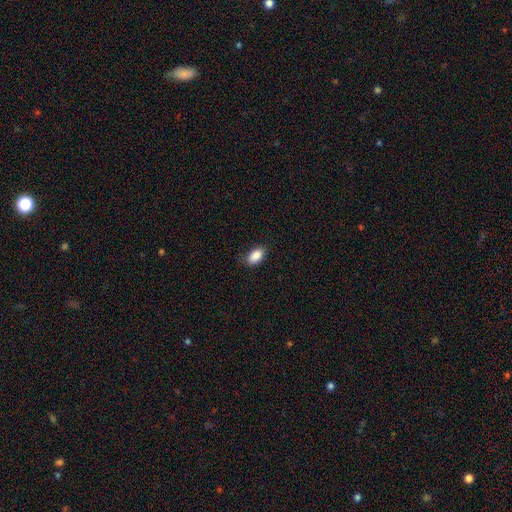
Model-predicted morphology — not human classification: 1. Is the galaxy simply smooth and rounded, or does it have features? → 89% smooth, 7% star or artifact, 4% featured or disk.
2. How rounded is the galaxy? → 92% in between, 5% round, 3% cigar-shaped.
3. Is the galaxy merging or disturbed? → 80% none, 16% minor disturbance, 3% major disturbance, 1% merger.